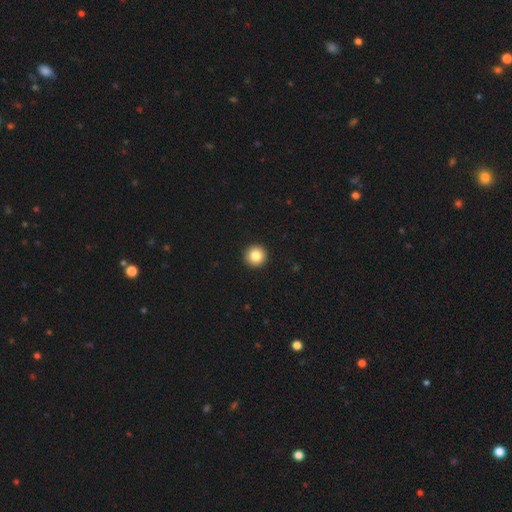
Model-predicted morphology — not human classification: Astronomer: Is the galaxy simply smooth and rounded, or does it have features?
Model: smooth — 86%.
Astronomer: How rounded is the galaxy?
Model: round — 96%.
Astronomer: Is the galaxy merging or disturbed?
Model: none — 94%.